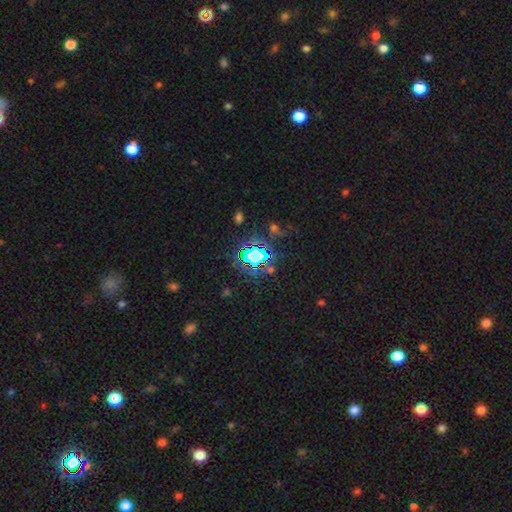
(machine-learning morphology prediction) Smooth or featured?
  - star or artifact: 70% *
  - smooth: 18%
  - featured or disk: 12%